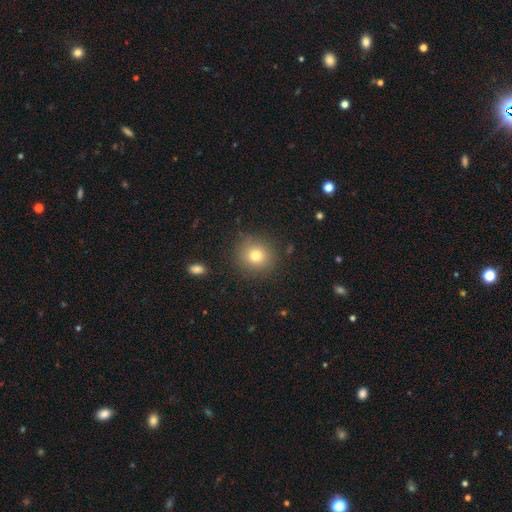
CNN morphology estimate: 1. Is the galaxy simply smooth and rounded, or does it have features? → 77% smooth, 13% star or artifact, 10% featured or disk.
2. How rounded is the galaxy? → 90% round, 9% in between, 1% cigar-shaped.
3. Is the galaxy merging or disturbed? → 86% none, 9% minor disturbance, 3% major disturbance, 2% merger.